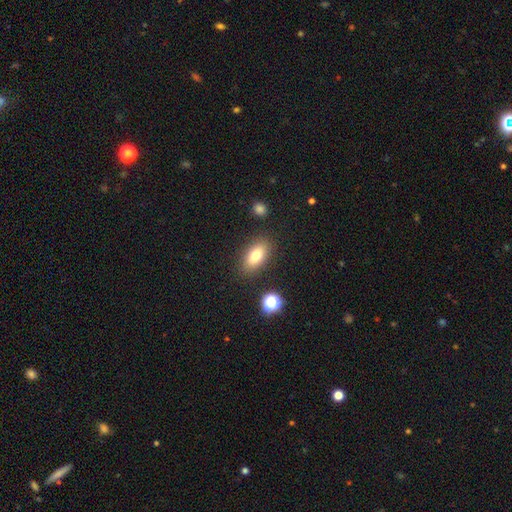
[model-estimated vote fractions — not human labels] smooth_or_featured: smooth (p=0.77) [alt: featured or disk p=0.13]
how_rounded: in between (p=0.85) [alt: cigar-shaped p=0.08]
merging: none (p=0.85) [alt: minor disturbance p=0.10]